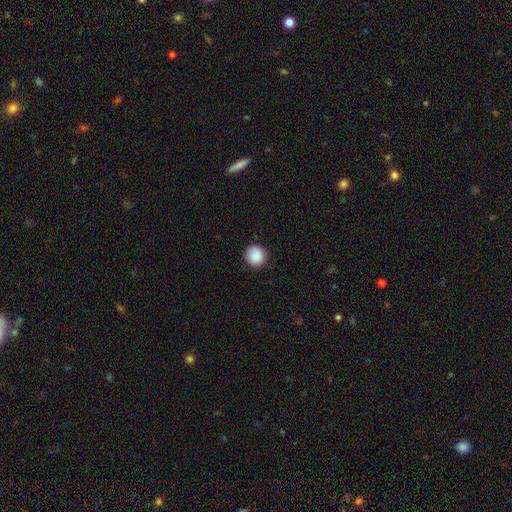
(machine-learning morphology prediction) Smooth or featured? Predicted: smooth (p=0.89). How rounded? Predicted: round (p=0.94). Merging? Predicted: none (p=0.88).